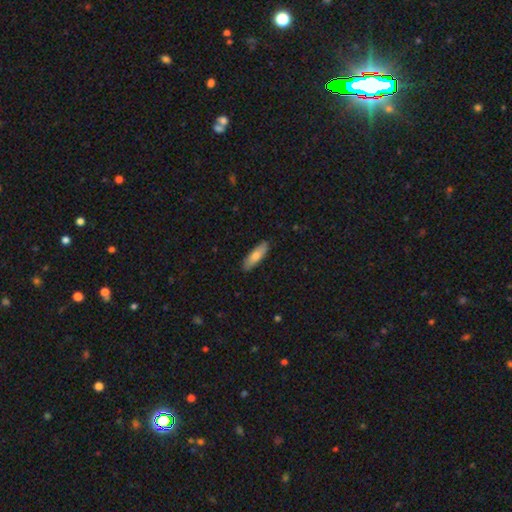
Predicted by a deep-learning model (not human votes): smooth-or-featured: smooth: 74% | featured or disk: 21% | star or artifact: 6%
  how-rounded: cigar-shaped: 52% | in between: 46% | round: 2%
  merging: none: 89% | minor disturbance: 8% | major disturbance: 2% | merger: 1%